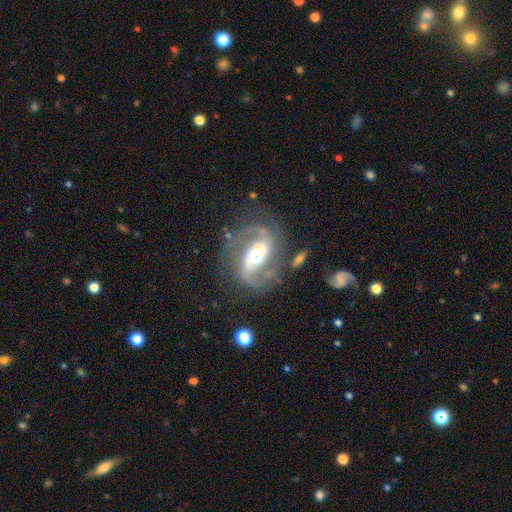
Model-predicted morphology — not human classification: type=featured or disk (88%); edge-on=no (97%); bar=no (40%); spiral arms=yes (96%); winding=medium (55%); arm count=2 (91%); bulge=moderate (65%); merging=none (66%).